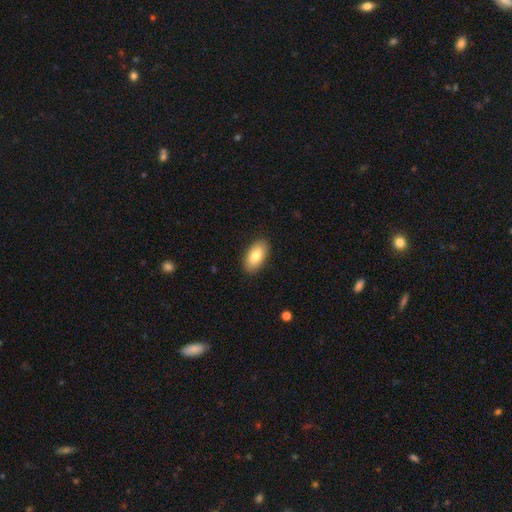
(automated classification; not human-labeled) smooth 80%, featured or disk 14%, star or artifact 6%. Down the decision tree: how rounded — in between (93%); merging — none (89%).